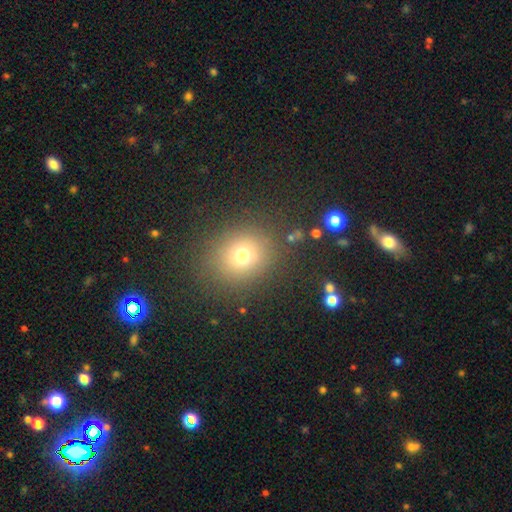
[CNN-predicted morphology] A smooth galaxy with no disk features (68%) that is round (76%). Merging: none (87%).